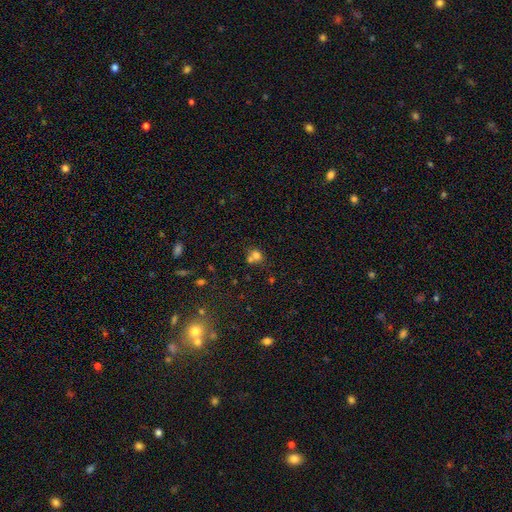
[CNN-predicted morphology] smooth-or-featured: smooth: 71% | star or artifact: 16% | featured or disk: 13%
  how-rounded: round: 71% | in between: 28% | cigar-shaped: 1%
  merging: merger: 48% | none: 39% | minor disturbance: 9% | major disturbance: 4%